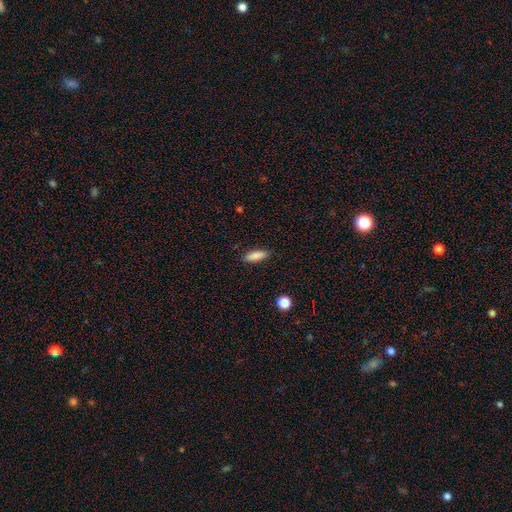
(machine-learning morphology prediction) Smooth or featured: smooth — 86% (star or artifact — 7%)
How rounded: in between — 58% (cigar-shaped — 40%)
Merging: none — 88% (minor disturbance — 8%)